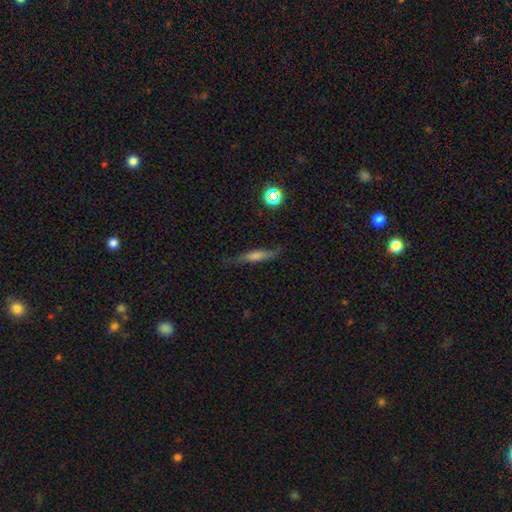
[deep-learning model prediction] smooth_or_featured: featured or disk (p=0.48) [alt: smooth p=0.40]
merging: none (p=0.80) [alt: minor disturbance p=0.15]